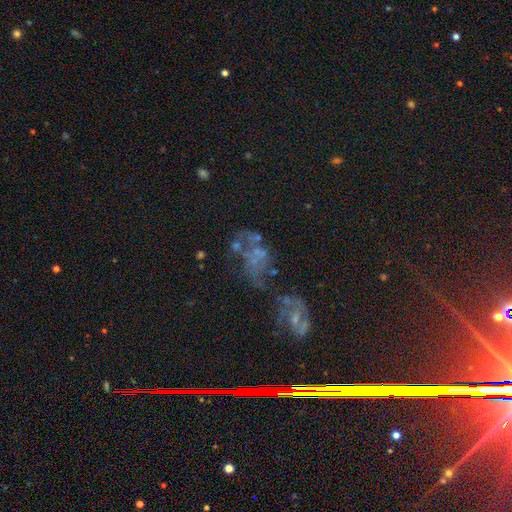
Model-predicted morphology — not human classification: Smooth or featured: featured or disk — 52% (star or artifact — 25%)
Edge-on disk: no — 97% (yes — 3%)
Bar: no — 86% (weak — 10%)
Spiral arms: no — 71% (yes — 29%)
Bulge size: none — 70% (small — 16%)
Merging: merger — 33% (major disturbance — 31%)